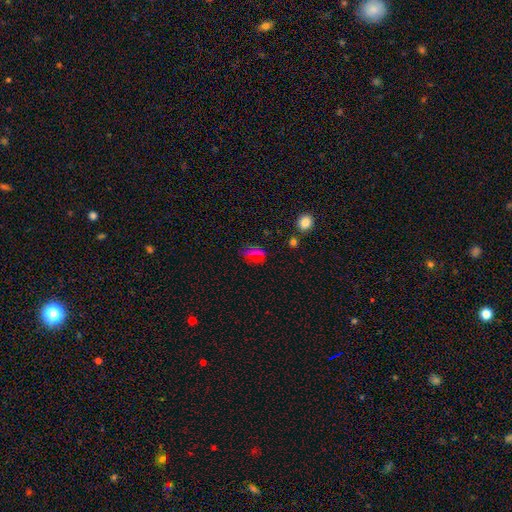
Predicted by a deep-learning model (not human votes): This is possibly a smooth galaxy (58%). How rounded: possibly in between (55%). Merging: likely none (78%).